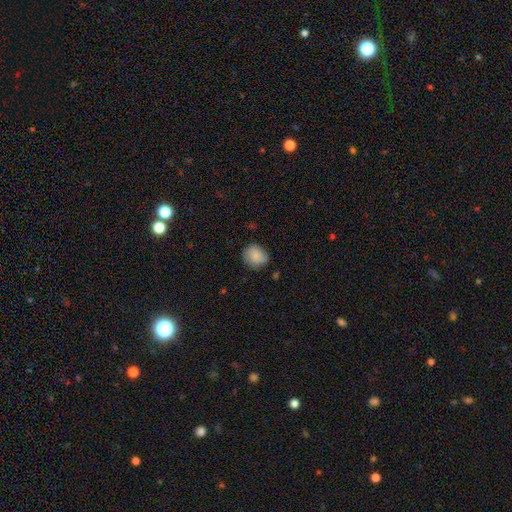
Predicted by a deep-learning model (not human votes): smooth 84%, featured or disk 9%, star or artifact 8%. Down the decision tree: how rounded — round (72%); merging — none (72%).